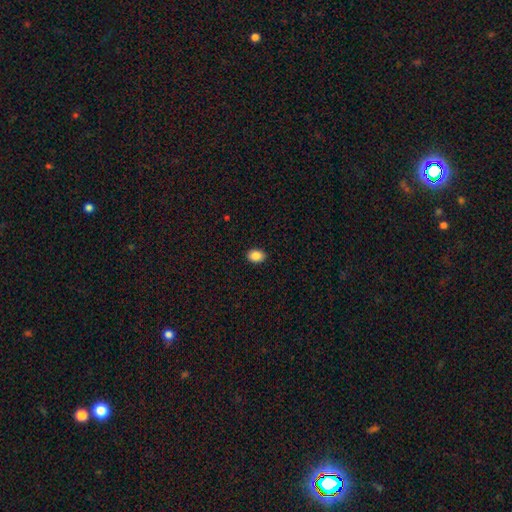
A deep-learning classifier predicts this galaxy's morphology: Smooth or featured?
  - smooth: 88% *
  - star or artifact: 8%
  - featured or disk: 4%
How rounded?
  - in between: 71% *
  - round: 28%
  - cigar-shaped: 1%
Merging?
  - none: 90% *
  - minor disturbance: 7%
  - major disturbance: 2%
  - merger: 1%